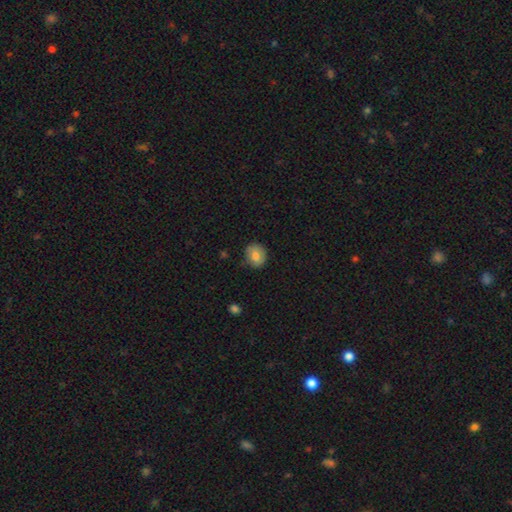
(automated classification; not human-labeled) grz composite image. It shows a smooth galaxy with no disk features (80%) that is round (65%). Merging: none (81%).